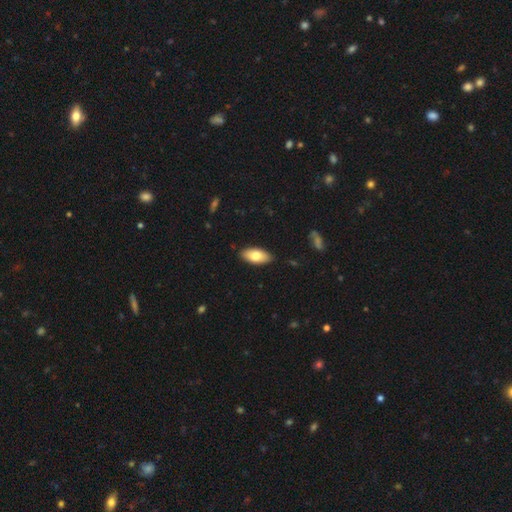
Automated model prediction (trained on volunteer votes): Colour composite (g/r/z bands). It shows a smooth galaxy with no disk features (77%) that is in between round and cigar-shaped (89%). Merging: none (88%).